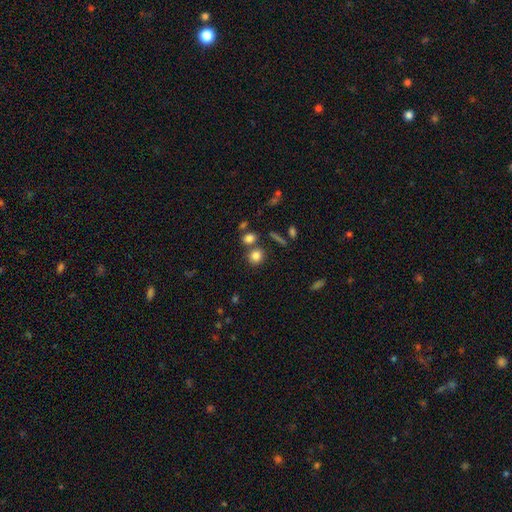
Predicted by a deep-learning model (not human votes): Morphology: type=smooth (81%); roundness=round (79%); merging=none (68%).